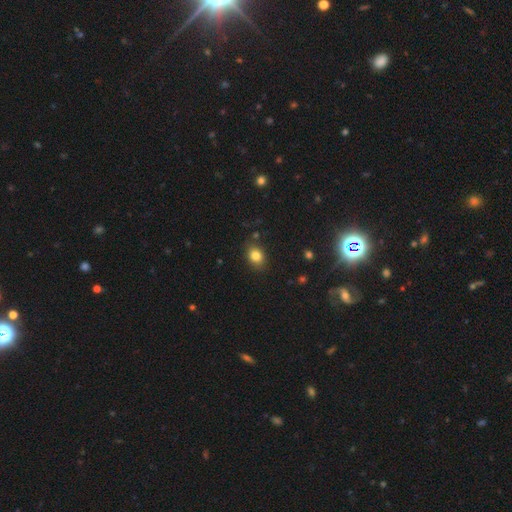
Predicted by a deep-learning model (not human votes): smooth_or_featured: smooth (p=0.82) [alt: star or artifact p=0.11]
how_rounded: in between (p=0.57) [alt: round p=0.42]
merging: none (p=0.83) [alt: minor disturbance p=0.12]